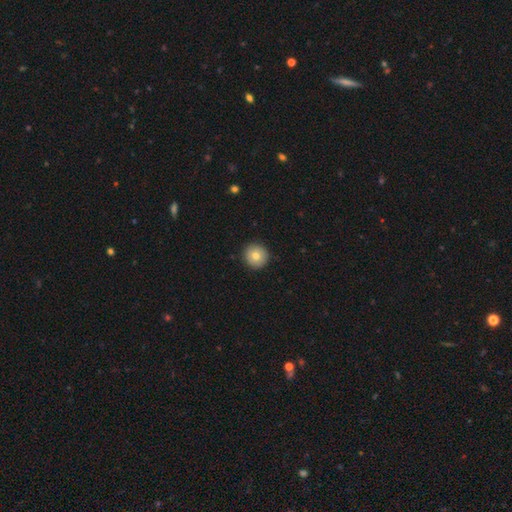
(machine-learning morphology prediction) Q: Smooth or featured?
A: smooth (77%); runner-up: featured or disk (14%)
Q: How rounded?
A: round (95%); runner-up: in between (4%)
Q: Merging?
A: none (93%); runner-up: minor disturbance (5%)